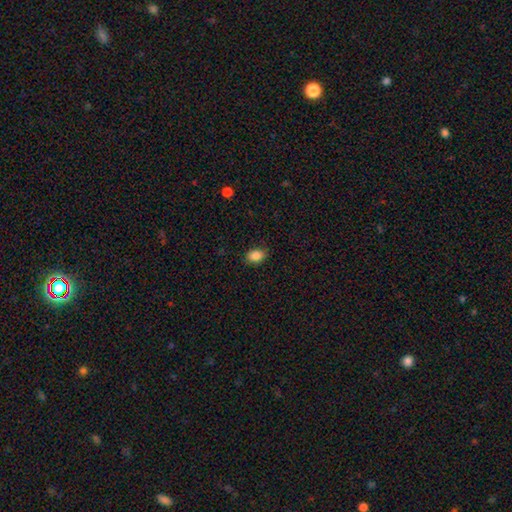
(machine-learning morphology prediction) This is clearly a smooth galaxy (86%). How rounded: clearly in between (82%). Merging: clearly none (85%).